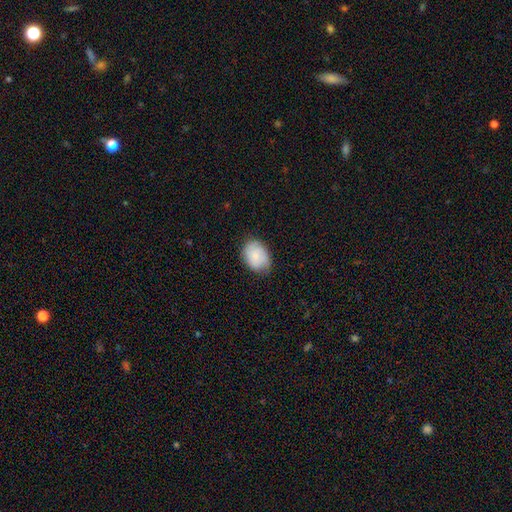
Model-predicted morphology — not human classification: A smooth galaxy with no disk features (78%) that is in between round and cigar-shaped (72%). Merging: none (74%).